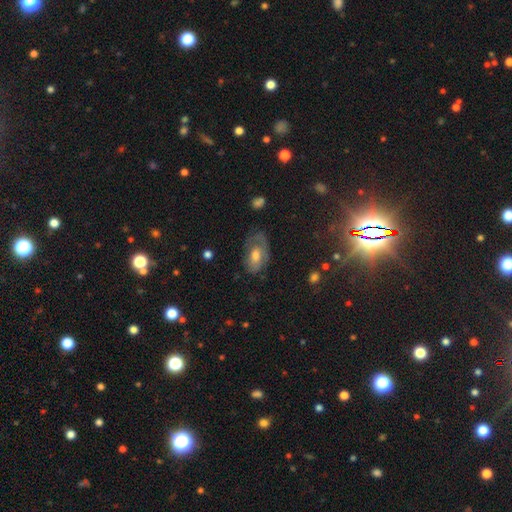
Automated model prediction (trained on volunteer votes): Smooth or featured? Predicted: featured or disk (p=0.51). Edge-on disk? Predicted: no (p=0.91). Merging? Predicted: none (p=0.56).